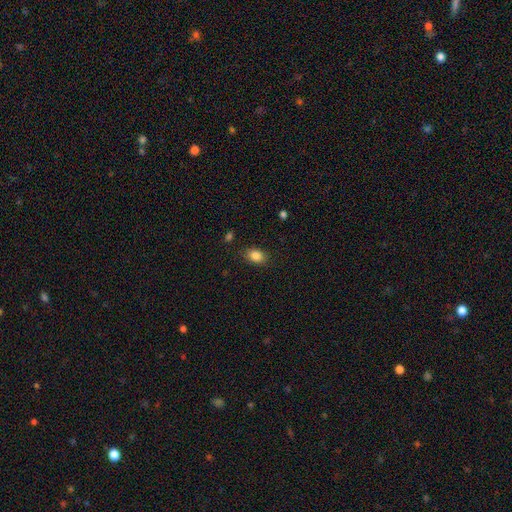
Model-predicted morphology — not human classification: smooth-or-featured: smooth: 86% | star or artifact: 9% | featured or disk: 5%
  how-rounded: in between: 77% | round: 22% | cigar-shaped: 1%
  merging: none: 84% | minor disturbance: 11% | major disturbance: 3% | merger: 1%